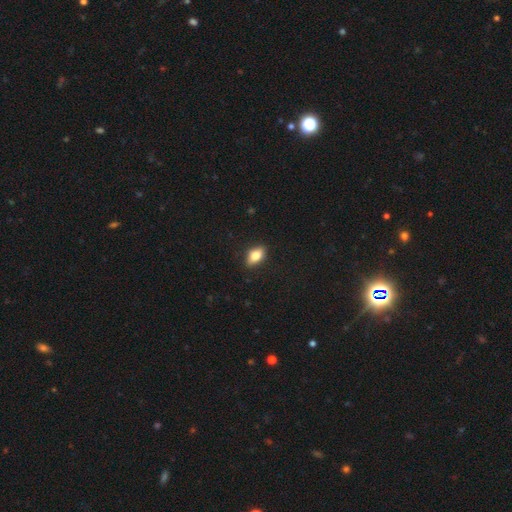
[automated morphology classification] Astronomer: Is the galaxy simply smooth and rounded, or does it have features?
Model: smooth — 76%.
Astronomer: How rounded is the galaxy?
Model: in between — 84%.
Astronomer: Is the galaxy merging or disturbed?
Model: none — 87%.